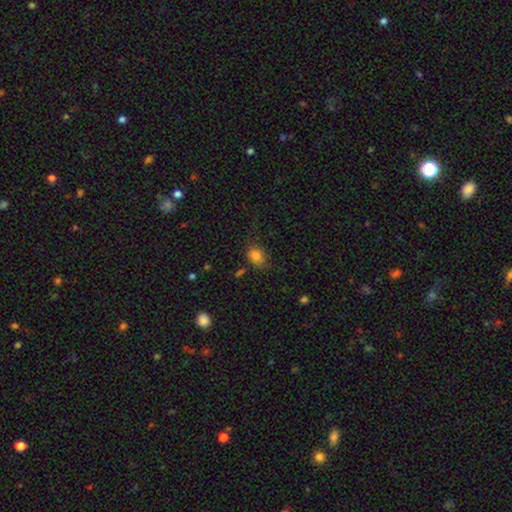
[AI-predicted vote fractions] Overall: smooth (83%). How rounded: in between (58%; round 41%). Merging: none (62%; minor disturbance 25%).